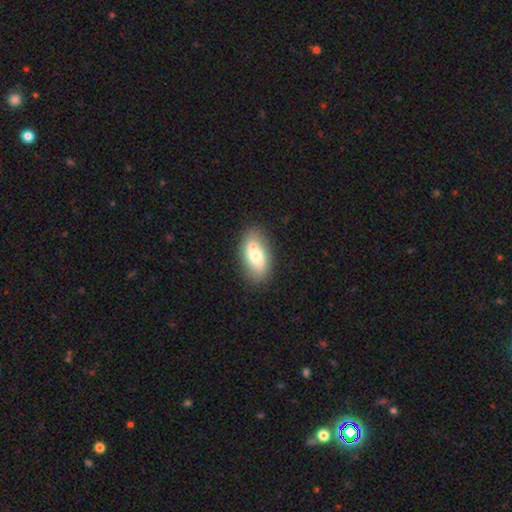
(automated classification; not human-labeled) Overall: smooth (60%; featured or disk 33%). How rounded: in between (90%). Merging: none (68%).